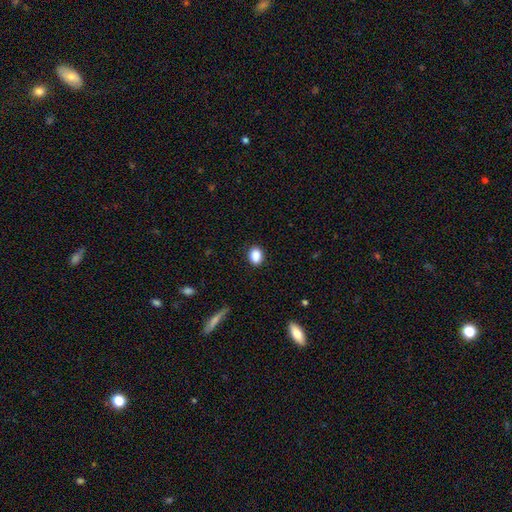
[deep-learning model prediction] smooth-or-featured: smooth: 88% | star or artifact: 8% | featured or disk: 3%
  how-rounded: in between: 66% | round: 33% | cigar-shaped: 1%
  merging: none: 87% | minor disturbance: 9% | major disturbance: 2% | merger: 1%